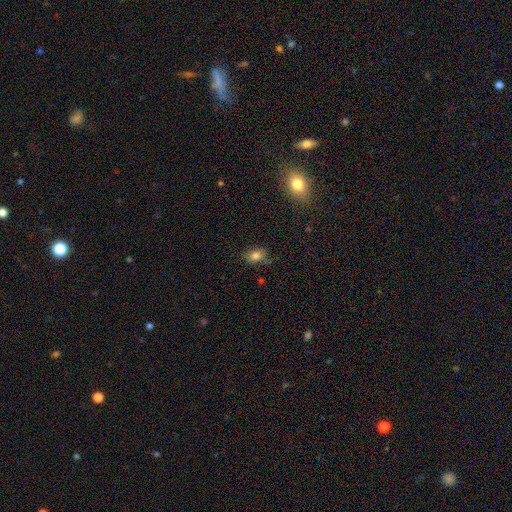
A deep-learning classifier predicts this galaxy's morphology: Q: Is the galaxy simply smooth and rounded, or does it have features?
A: smooth — 79%.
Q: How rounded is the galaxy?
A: in between — 62%.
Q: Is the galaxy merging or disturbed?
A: none — 75%.